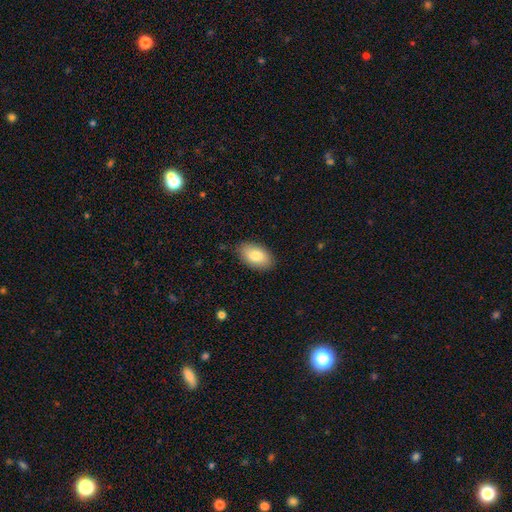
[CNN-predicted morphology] The model was most divided on "smooth or featured": smooth: 82%, featured or disk: 12%, star or artifact: 6%. More confident: how rounded — in between (93%); merging — none (85%).